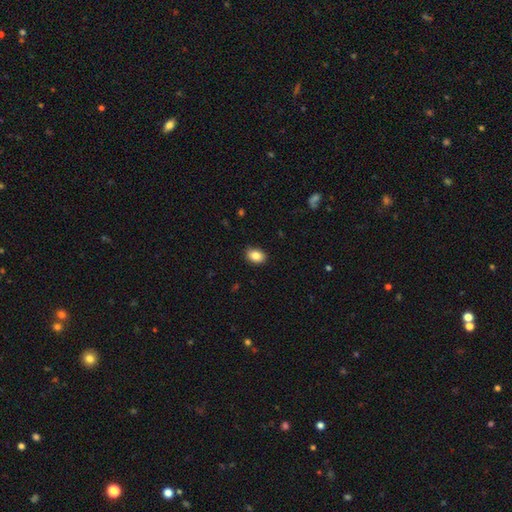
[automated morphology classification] Smooth or featured?
  - smooth: 86% *
  - star or artifact: 8%
  - featured or disk: 6%
How rounded?
  - in between: 79% *
  - round: 20%
  - cigar-shaped: 1%
Merging?
  - none: 88% *
  - minor disturbance: 9%
  - major disturbance: 2%
  - merger: 1%